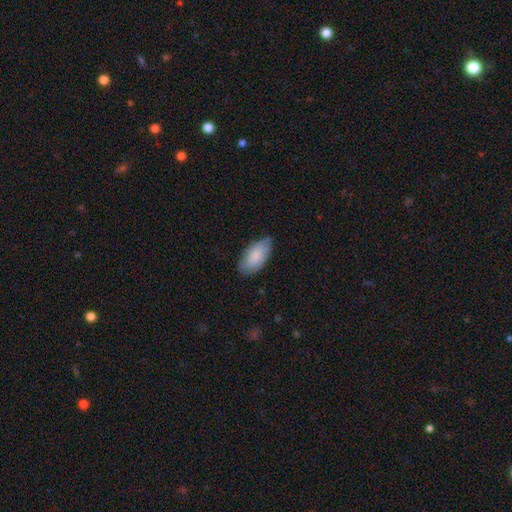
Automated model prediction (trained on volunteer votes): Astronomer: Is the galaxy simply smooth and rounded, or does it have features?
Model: smooth — 80%.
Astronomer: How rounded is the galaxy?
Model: in between — 94%.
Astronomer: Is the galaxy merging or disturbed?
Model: none — 67%.